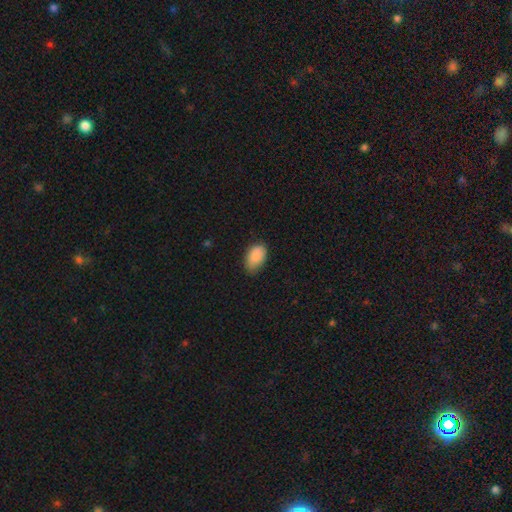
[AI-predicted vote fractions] smooth_or_featured: smooth (p=0.88) [alt: star or artifact p=0.07]
how_rounded: in between (p=0.91) [alt: round p=0.08]
merging: none (p=0.70) [alt: minor disturbance p=0.25]